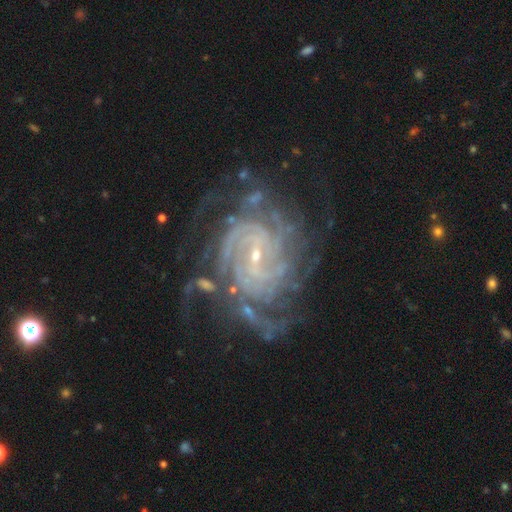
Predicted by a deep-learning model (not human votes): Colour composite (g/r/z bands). It shows a featured or disk galaxy (90%) with a weak bar (44%), tight (73%) spiral arms (98%) and a small central bulge (83%). Merging: none (68%).